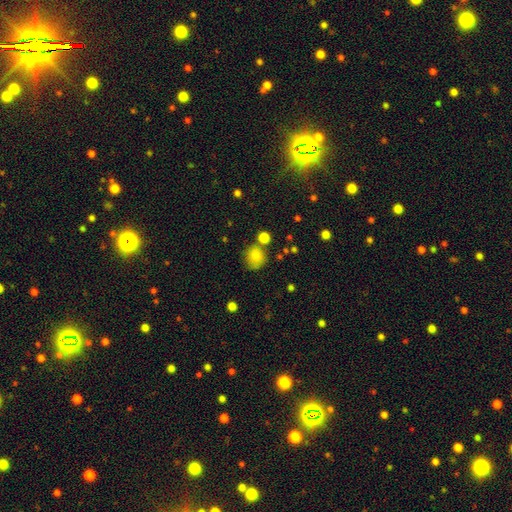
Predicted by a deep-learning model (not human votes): Smooth or featured: smooth — 84% (star or artifact — 11%)
How rounded: round — 80% (in between — 19%)
Merging: none — 67% (minor disturbance — 16%)